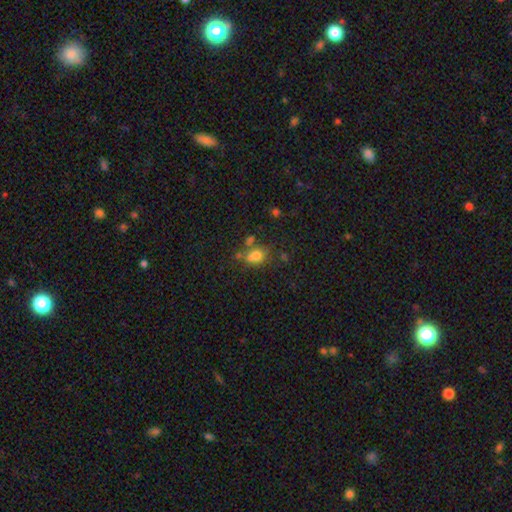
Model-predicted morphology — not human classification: A smooth galaxy with no disk features (71%) that is in between round and cigar-shaped (52%). Merging: none (48%).